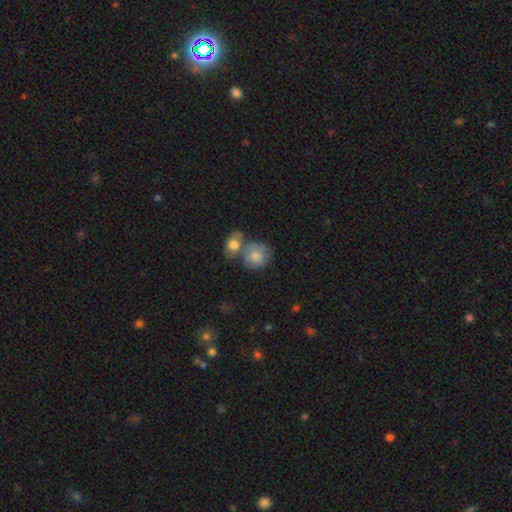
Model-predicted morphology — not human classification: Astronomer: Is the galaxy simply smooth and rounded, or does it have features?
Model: smooth — 78%.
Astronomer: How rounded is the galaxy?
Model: round — 76%.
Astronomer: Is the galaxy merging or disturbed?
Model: merger — 47% (runner-up: none, 35%).